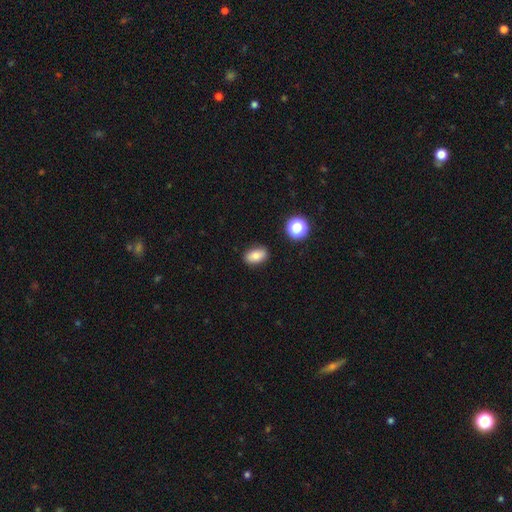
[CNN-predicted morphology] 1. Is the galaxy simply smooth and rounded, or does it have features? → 81% smooth, 10% star or artifact, 9% featured or disk.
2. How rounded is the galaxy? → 87% in between, 10% round, 3% cigar-shaped.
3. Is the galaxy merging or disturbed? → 86% none, 10% minor disturbance, 2% major disturbance, 2% merger.